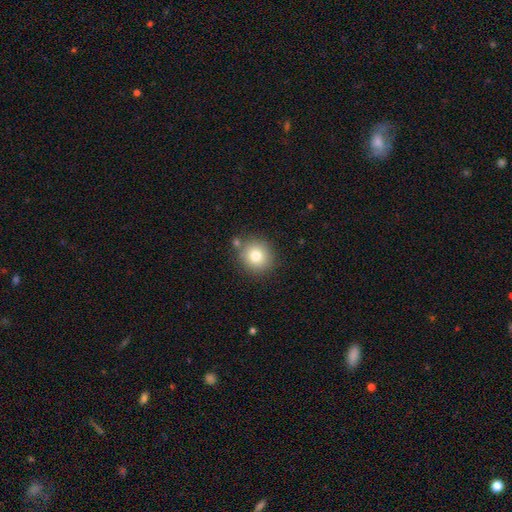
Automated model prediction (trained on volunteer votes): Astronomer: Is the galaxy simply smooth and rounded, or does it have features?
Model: smooth — 79%.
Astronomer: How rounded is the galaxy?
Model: round — 89%.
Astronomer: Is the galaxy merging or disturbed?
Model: none — 78%.